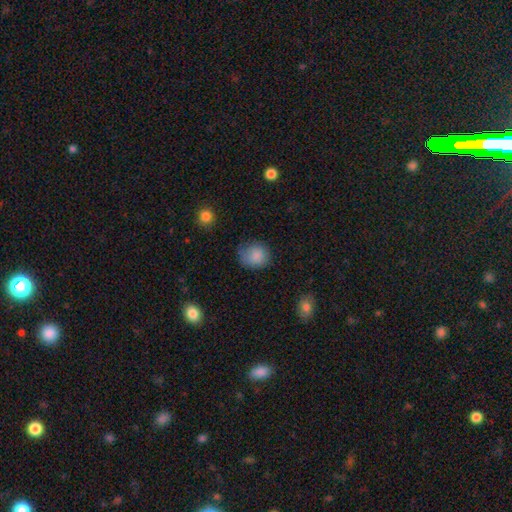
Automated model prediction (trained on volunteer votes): smooth-or-featured: smooth: 85% | star or artifact: 9% | featured or disk: 7%
  how-rounded: round: 74% | in between: 25% | cigar-shaped: 1%
  merging: none: 60% | minor disturbance: 29% | major disturbance: 9% | merger: 2%